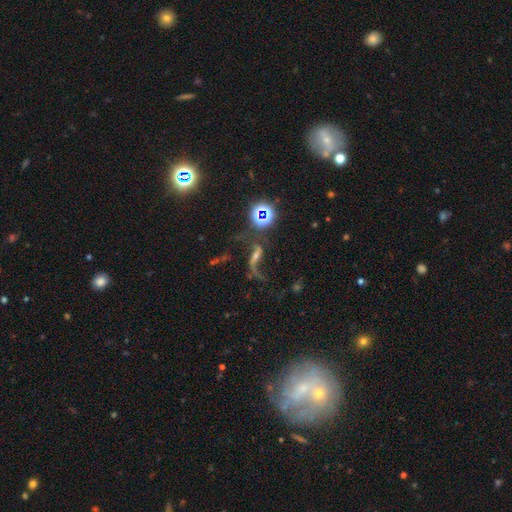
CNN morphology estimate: Smooth or featured? Predicted: featured or disk (p=0.68). Edge-on disk? Predicted: no (p=0.91). Bar? Predicted: strong (p=0.37). Spiral arms? Predicted: yes (p=0.88). Spiral winding? Predicted: loose (p=0.90). Spiral arm count? Predicted: 2 (p=0.74). Bulge size? Predicted: small (p=0.46). Merging? Predicted: none (p=0.48).